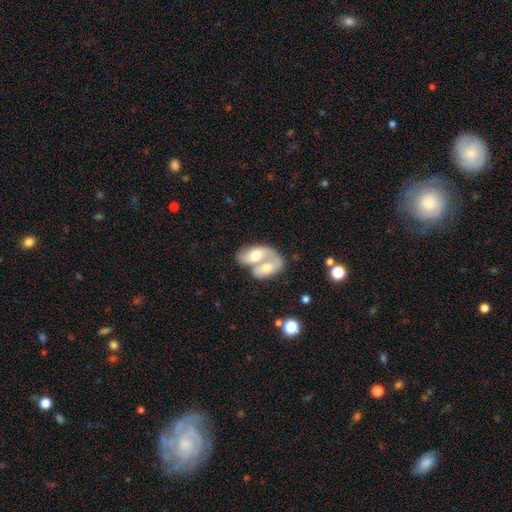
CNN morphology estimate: type=smooth (51%); roundness=in between (88%); merging=merger (81%).